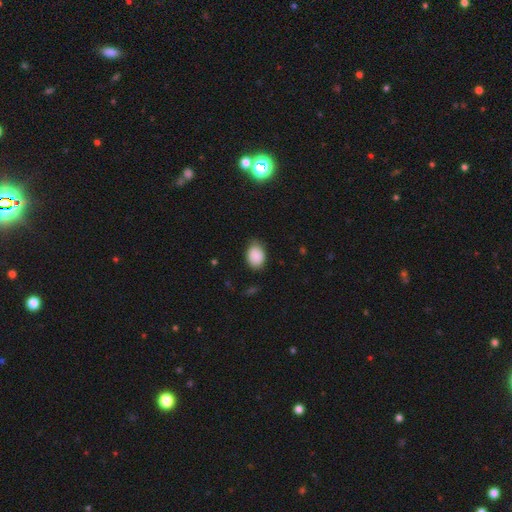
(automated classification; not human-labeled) Morphology: type=smooth (88%); roundness=in between (72%); merging=none (70%).